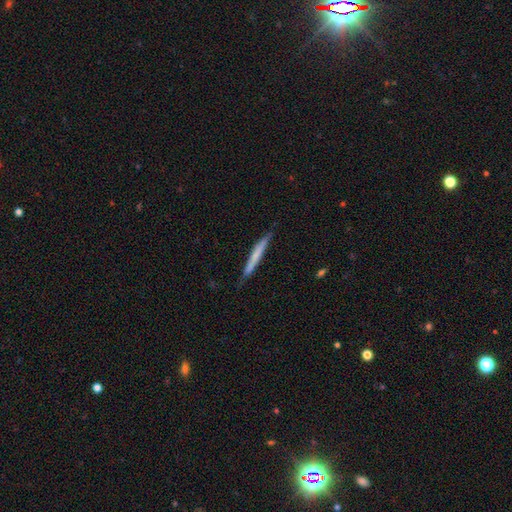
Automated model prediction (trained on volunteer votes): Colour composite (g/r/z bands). It shows a smooth galaxy with no disk features (56%) that is cigar-shaped (96%). Merging: none (81%).